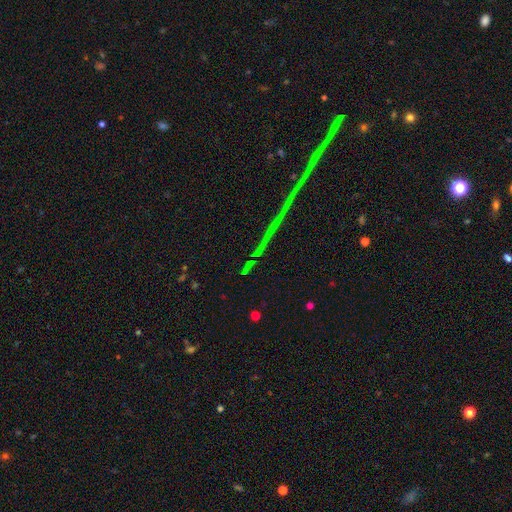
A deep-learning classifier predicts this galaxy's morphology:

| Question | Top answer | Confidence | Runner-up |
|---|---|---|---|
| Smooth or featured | star or artifact | 77% | featured or disk (13%) |